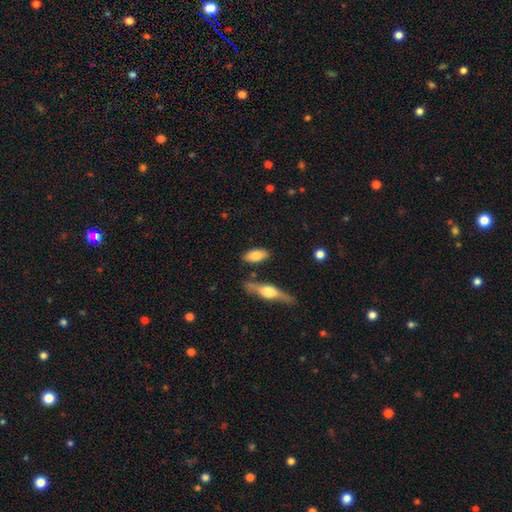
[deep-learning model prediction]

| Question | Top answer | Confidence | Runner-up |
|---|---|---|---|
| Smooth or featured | smooth | 75% | featured or disk (19%) |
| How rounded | in between | 82% | cigar-shaped (15%) |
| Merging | none | 79% | minor disturbance (12%) |